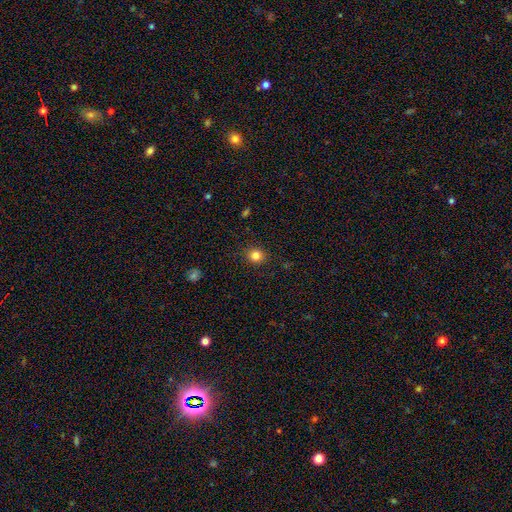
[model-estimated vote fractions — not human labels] This is clearly a smooth galaxy (83%). How rounded: clearly round (89%). Merging: clearly none (89%).